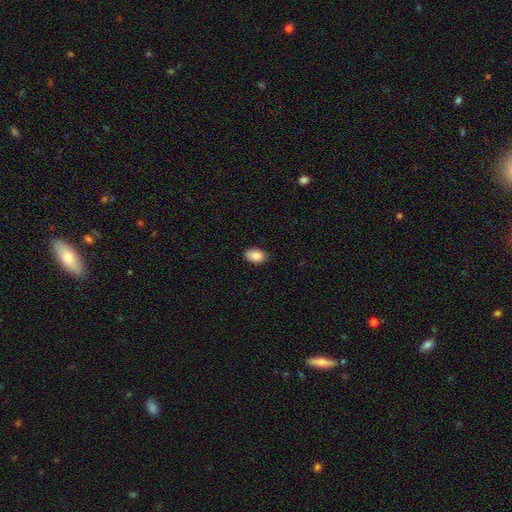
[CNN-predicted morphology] Overall: smooth (88%). How rounded: in between (86%). Merging: none (86%).